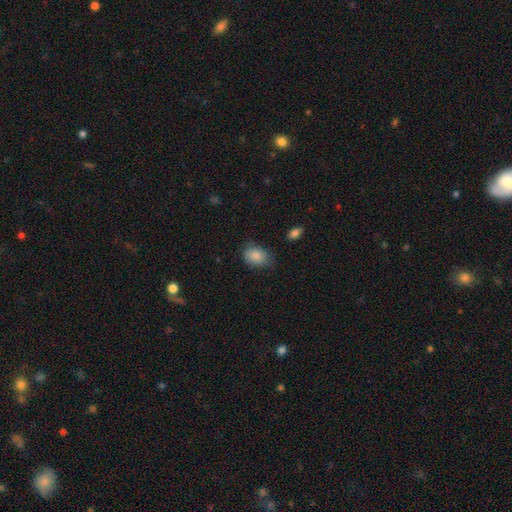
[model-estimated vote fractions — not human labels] Q: Smooth or featured?
A: smooth (86%); runner-up: star or artifact (7%)
Q: How rounded?
A: in between (76%); runner-up: round (23%)
Q: Merging?
A: none (65%); runner-up: minor disturbance (27%)